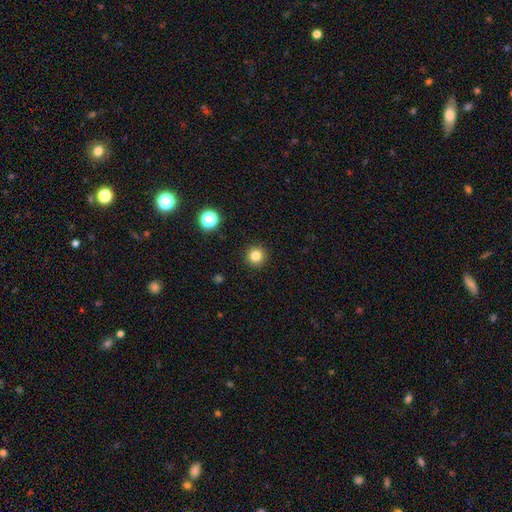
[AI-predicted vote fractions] A smooth galaxy with no disk features (82%) that is round (95%). Merging: none (92%).